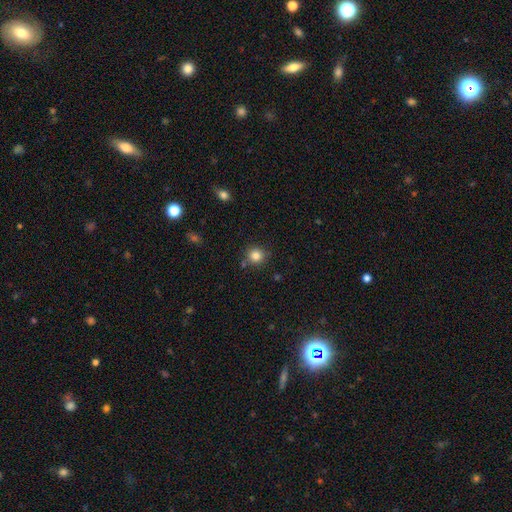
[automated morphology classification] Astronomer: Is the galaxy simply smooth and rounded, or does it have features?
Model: smooth — 83%.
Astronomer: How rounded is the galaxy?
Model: round — 92%.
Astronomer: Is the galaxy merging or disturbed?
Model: none — 83%.